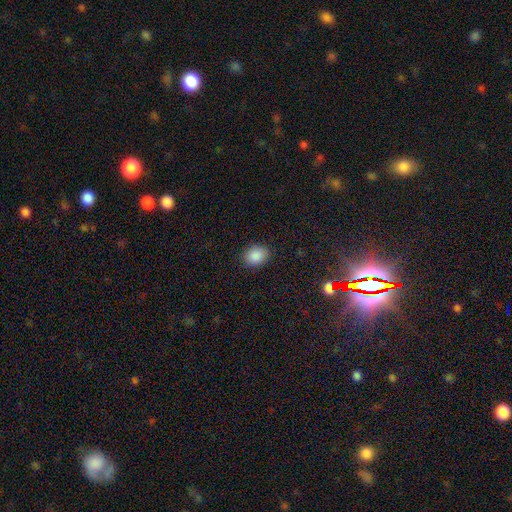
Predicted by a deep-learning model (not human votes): This appears to be a smooth galaxy with no disk features (88%) that is in between round and cigar-shaped (61%). Merging: none (88%).